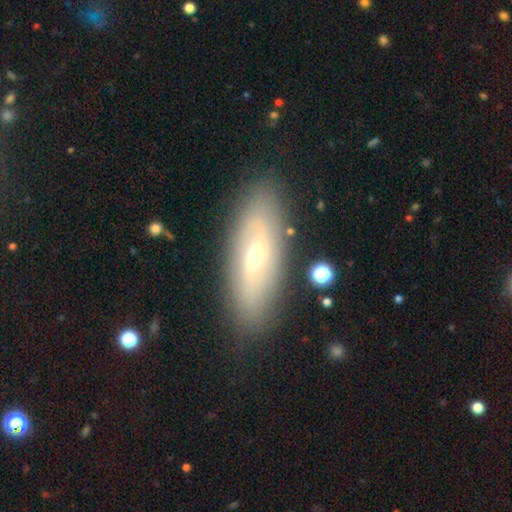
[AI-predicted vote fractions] Smooth or featured: featured or disk — 56% (smooth — 36%)
Edge-on disk: no — 74% (yes — 26%)
Merging: none — 86% (minor disturbance — 10%)